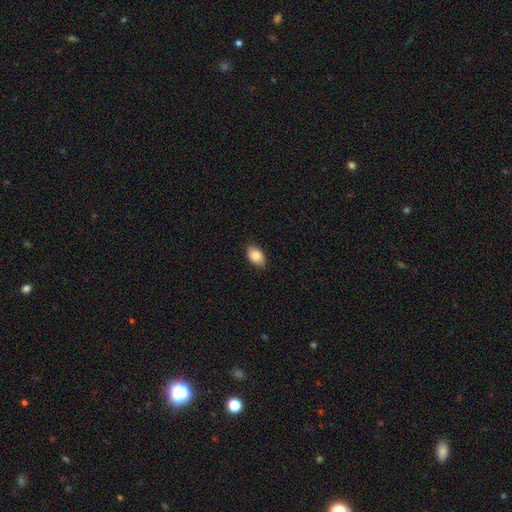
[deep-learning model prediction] This appears to be a smooth galaxy with no disk features (86%) that is in between round and cigar-shaped (89%). Merging: none (86%).